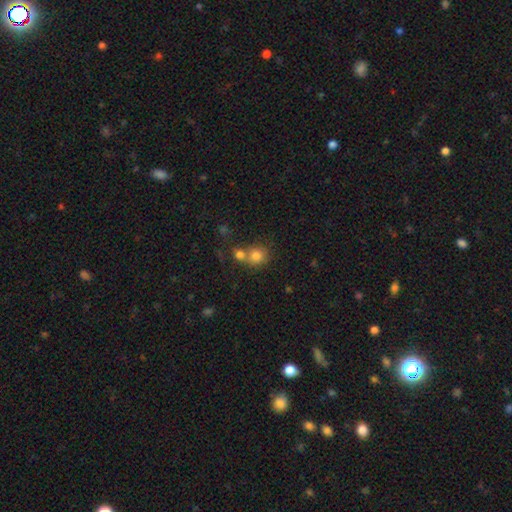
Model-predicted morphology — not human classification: Smooth or featured? Predicted: smooth (p=0.79). How rounded? Predicted: round (p=0.81). Merging? Predicted: merger (p=0.45).